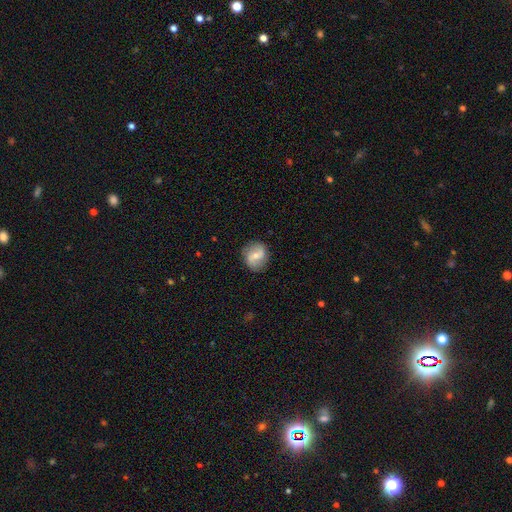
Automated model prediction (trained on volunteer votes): Smooth or featured? Predicted: smooth (p=0.48). Merging? Predicted: none (p=0.81).